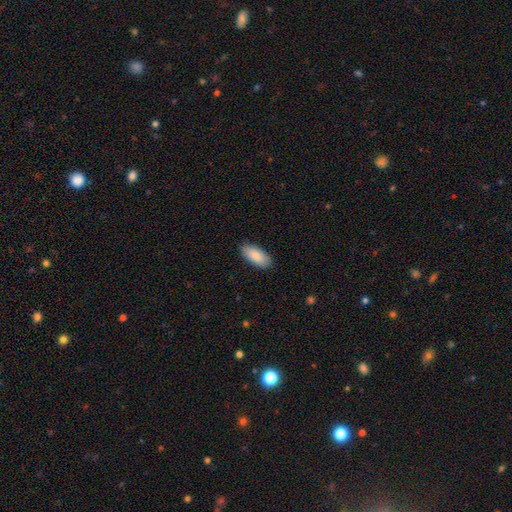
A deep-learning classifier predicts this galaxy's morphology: A smooth galaxy with no disk features (88%) that is in between round and cigar-shaped (91%). Merging: none (88%).